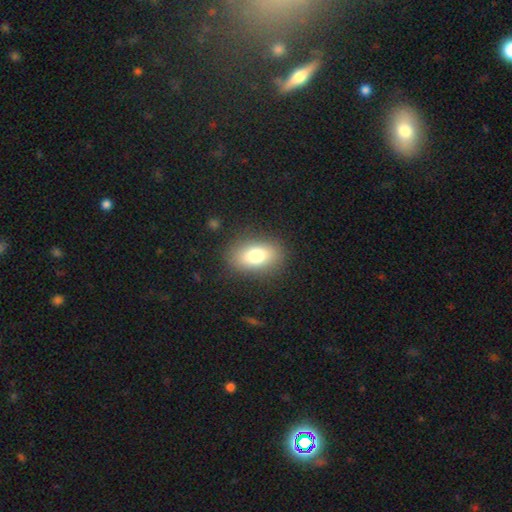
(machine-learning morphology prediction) type=smooth (77%); roundness=in between (82%); merging=none (85%).